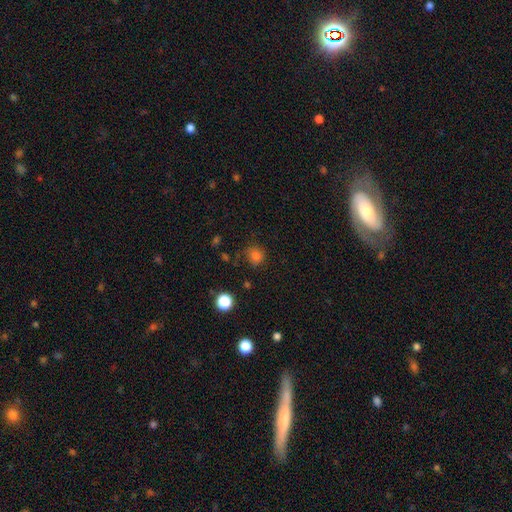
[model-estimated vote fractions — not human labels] A smooth galaxy with no disk features (78%) that is round (82%). Merging: none (69%).